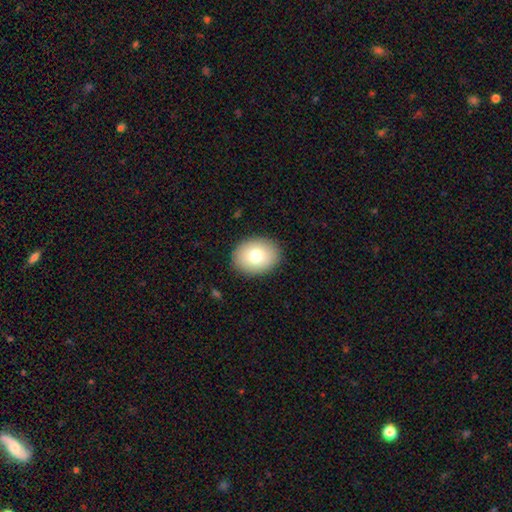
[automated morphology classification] Smooth or featured?
  - smooth: 79% *
  - featured or disk: 13%
  - star or artifact: 8%
How rounded?
  - in between: 62% *
  - round: 37%
  - cigar-shaped: 1%
Merging?
  - none: 90% *
  - minor disturbance: 7%
  - major disturbance: 2%
  - merger: 1%